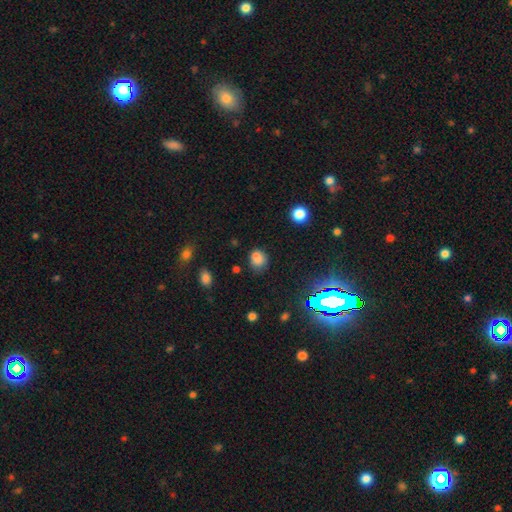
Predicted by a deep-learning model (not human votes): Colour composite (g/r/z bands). It shows a smooth galaxy with no disk features (77%) that is round (59%). Merging: none (64%).